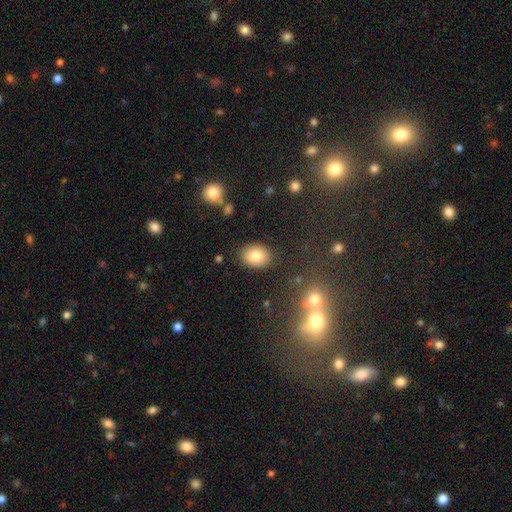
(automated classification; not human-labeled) This is clearly a smooth galaxy (82%). How rounded: likely in between (61%). Merging: clearly none (87%).